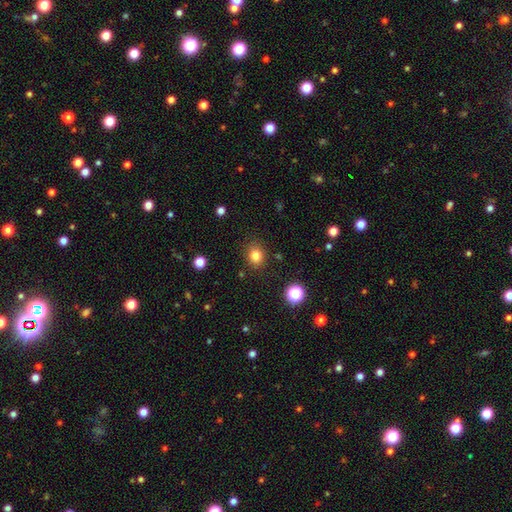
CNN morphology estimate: Smooth or featured: smooth — 81% (star or artifact — 13%)
How rounded: round — 71% (in between — 28%)
Merging: none — 86% (minor disturbance — 9%)